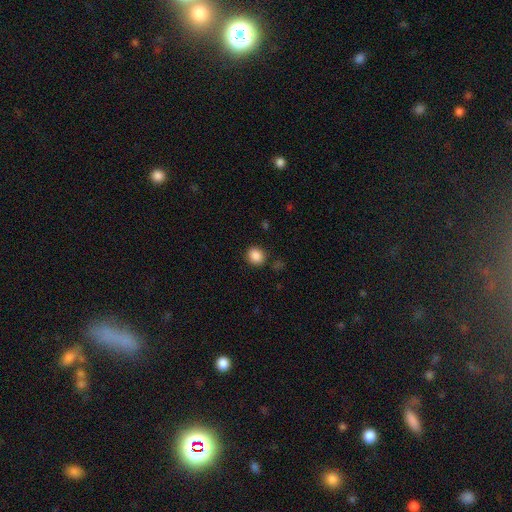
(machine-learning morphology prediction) Q: Smooth or featured?
A: smooth (87%); runner-up: star or artifact (10%)
Q: How rounded?
A: round (74%); runner-up: in between (25%)
Q: Merging?
A: none (87%); runner-up: minor disturbance (8%)